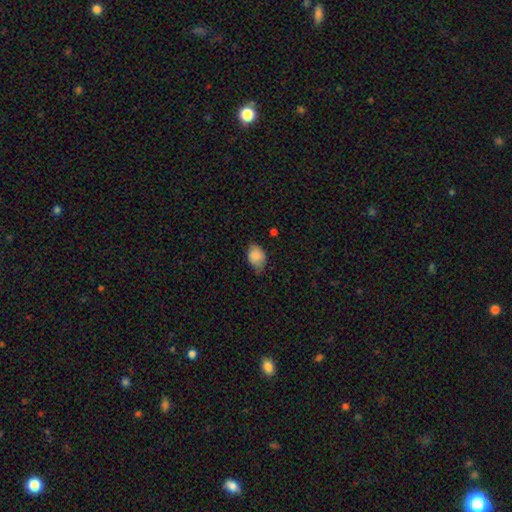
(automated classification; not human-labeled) Overall: smooth (82%). How rounded: in between (69%; round 30%). Merging: none (52%; minor disturbance 39%).